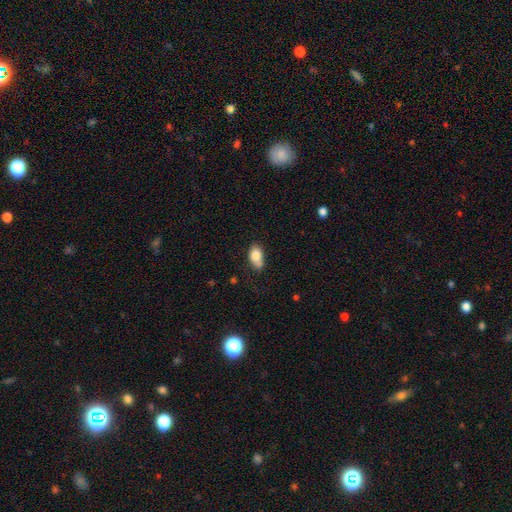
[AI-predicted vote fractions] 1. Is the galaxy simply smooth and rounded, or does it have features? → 81% smooth, 11% featured or disk, 8% star or artifact.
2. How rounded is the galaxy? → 85% in between, 12% round, 2% cigar-shaped.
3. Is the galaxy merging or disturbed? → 58% none, 27% minor disturbance, 9% merger, 6% major disturbance.